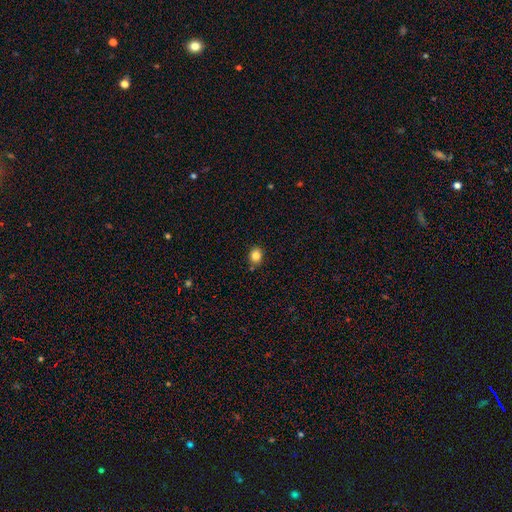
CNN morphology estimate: Smooth or featured? Predicted: smooth (p=0.84). How rounded? Predicted: round (p=0.65). Merging? Predicted: none (p=0.84).